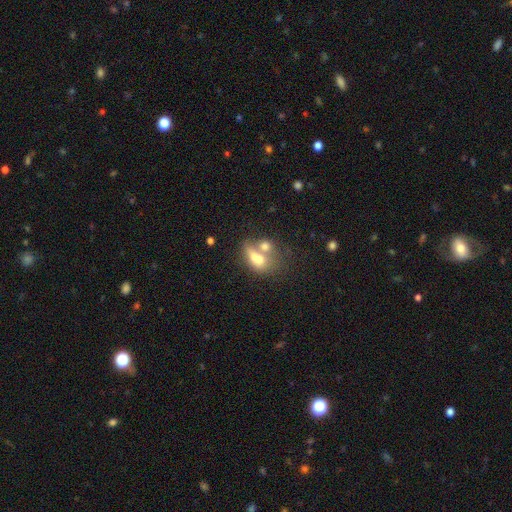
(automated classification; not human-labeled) Smooth or featured? Predicted: smooth (p=0.63). How rounded? Predicted: in between (p=0.72). Merging? Predicted: merger (p=0.60).